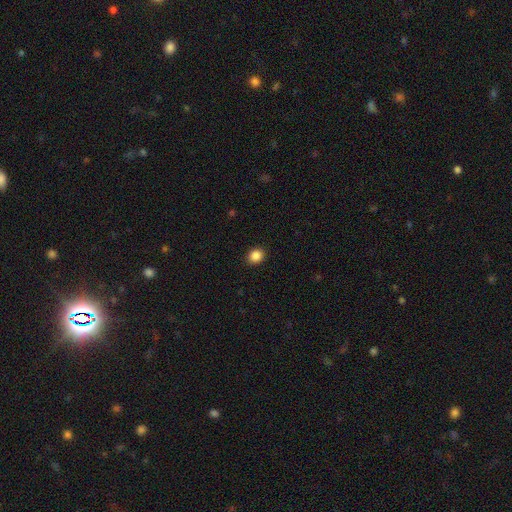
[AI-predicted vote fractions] Smooth or featured: smooth — 87% (star or artifact — 10%)
How rounded: round — 67% (in between — 32%)
Merging: none — 91% (minor disturbance — 7%)